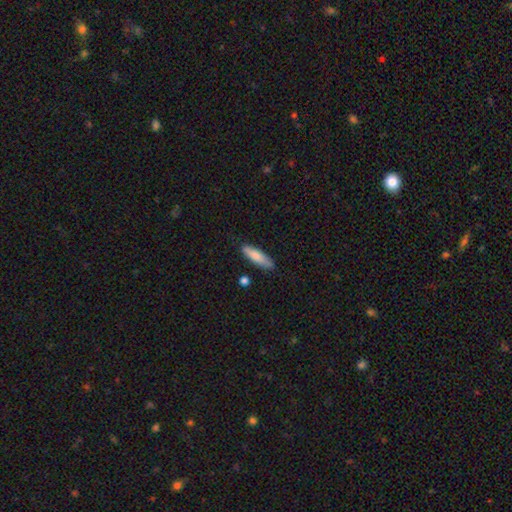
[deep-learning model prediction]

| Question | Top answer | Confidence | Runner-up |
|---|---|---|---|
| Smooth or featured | smooth | 80% | featured or disk (14%) |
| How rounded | cigar-shaped | 68% | in between (31%) |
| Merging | none | 82% | minor disturbance (13%) |